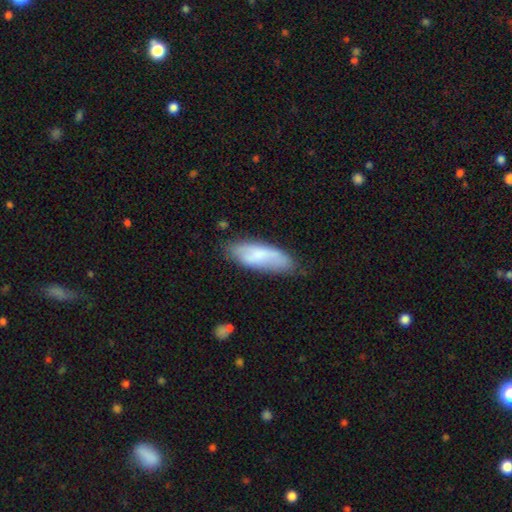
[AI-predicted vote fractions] smooth 68%, featured or disk 26%, star or artifact 7%. Down the decision tree: how rounded — in between (61%); merging — none (70%).